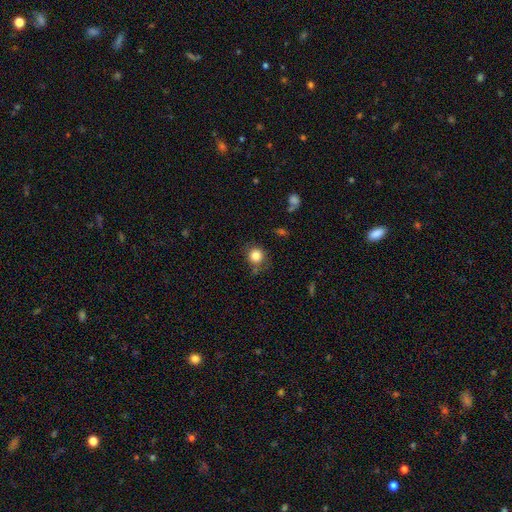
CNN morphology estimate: The model was most divided on "merging": none: 75%, minor disturbance: 15%, major disturbance: 5%, merger: 5%. More confident: how rounded — round (89%); smooth or featured — smooth (83%).